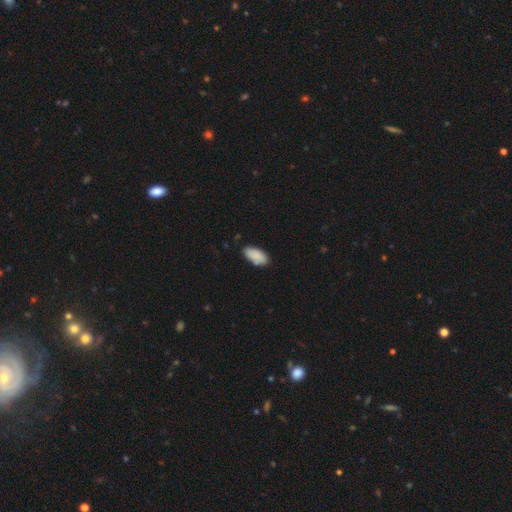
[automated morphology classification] smooth_or_featured: smooth (p=0.88) [alt: star or artifact p=0.06]
how_rounded: in between (p=0.92) [alt: cigar-shaped p=0.06]
merging: none (p=0.81) [alt: minor disturbance p=0.15]